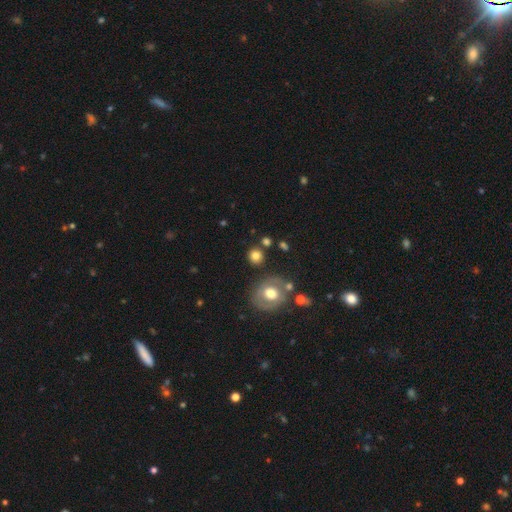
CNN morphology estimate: Smooth or featured? Predicted: smooth (p=0.77). How rounded? Predicted: round (p=0.90). Merging? Predicted: none (p=0.81).